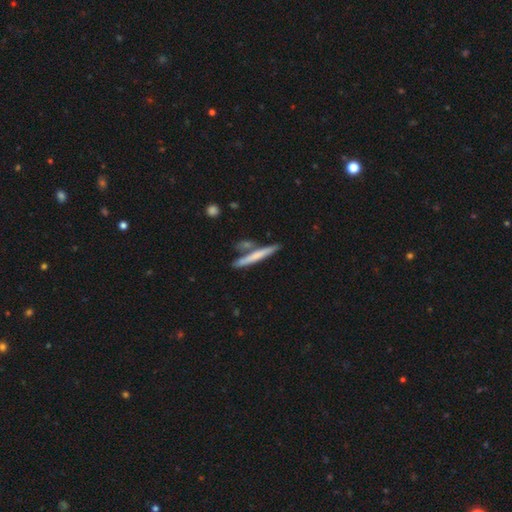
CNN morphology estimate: The model was most divided on "smooth or featured": smooth: 59%, featured or disk: 35%, star or artifact: 6%. More confident: how rounded — cigar-shaped (94%); merging — none (69%).